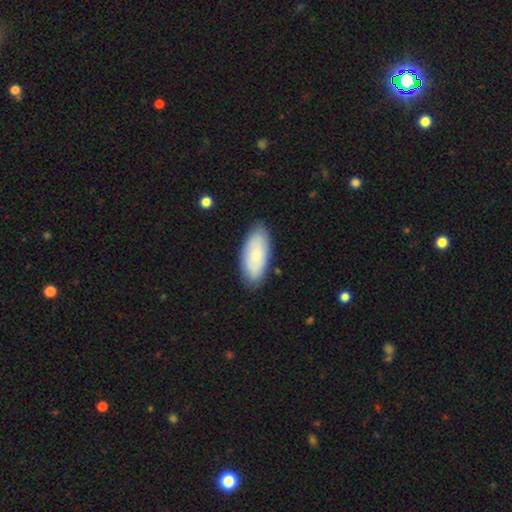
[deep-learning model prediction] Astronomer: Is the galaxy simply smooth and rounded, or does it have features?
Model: smooth — 75%.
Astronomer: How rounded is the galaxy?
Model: in between — 89%.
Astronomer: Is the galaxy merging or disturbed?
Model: none — 83%.